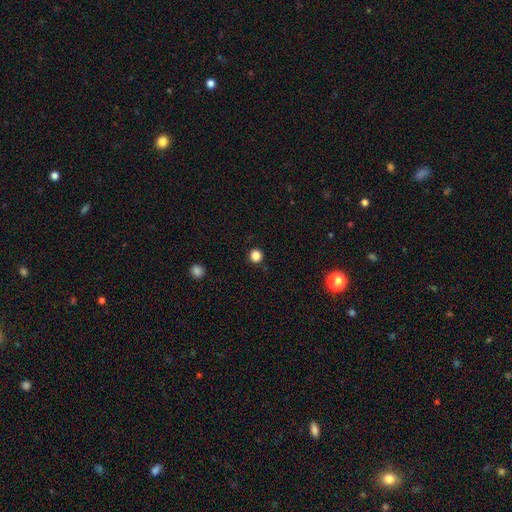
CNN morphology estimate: This appears to be a smooth galaxy with no disk features (84%) that is round (95%). Merging: none (91%).